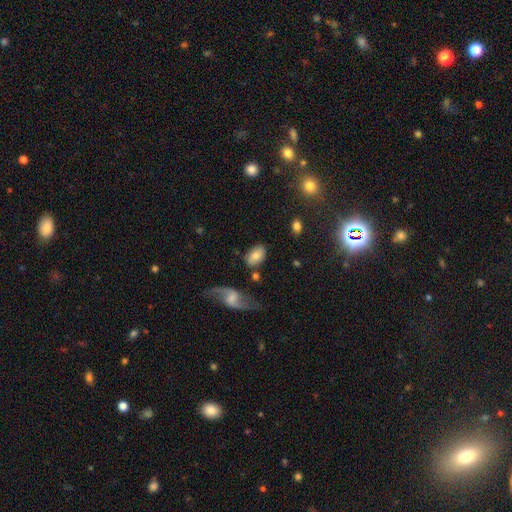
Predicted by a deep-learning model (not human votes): Smooth or featured? smooth (72%)
How rounded? in between (89%)
Merging? none (75%)